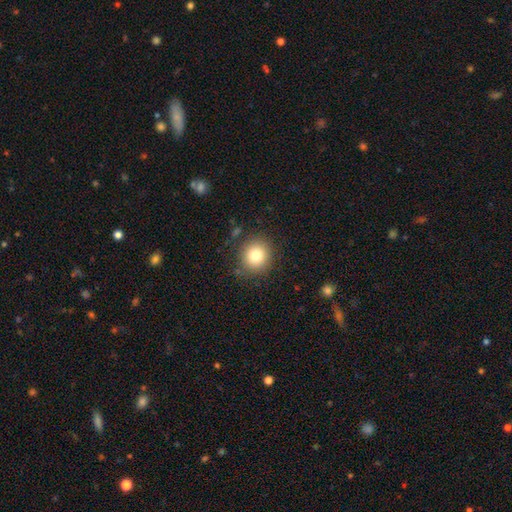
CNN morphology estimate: Smooth or featured? smooth (81%)
How rounded? round (88%)
Merging? none (85%)